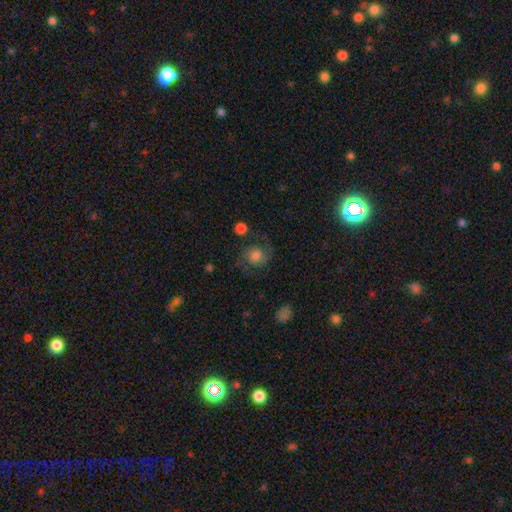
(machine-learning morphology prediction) A featured or disk galaxy (49%). Merging: none (69%).